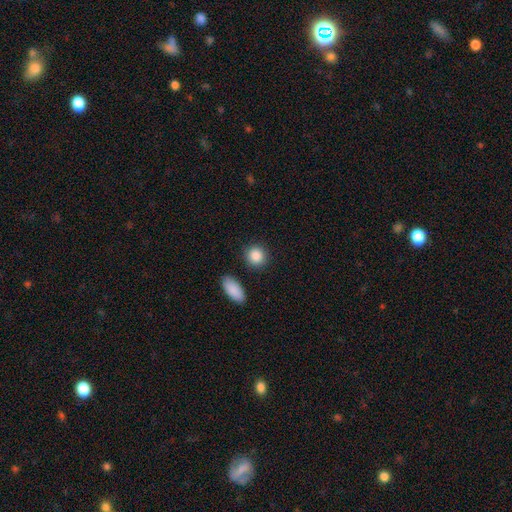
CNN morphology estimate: Smooth or featured? smooth (89%)
How rounded? round (80%)
Merging? none (86%)